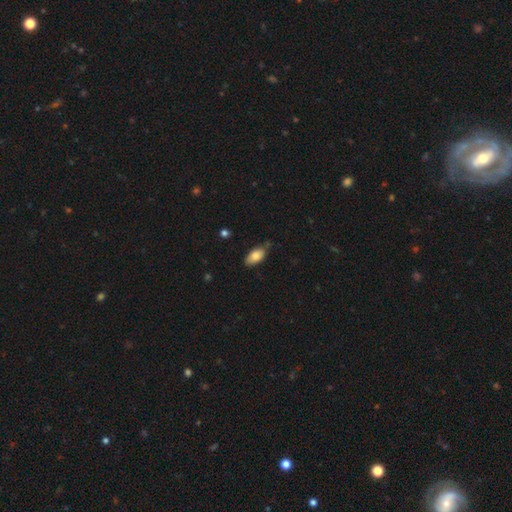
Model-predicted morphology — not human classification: A smooth galaxy with no disk features (81%) that is in between round and cigar-shaped (92%).

Vote fractions:
- Smooth or featured? smooth: 81% / featured or disk: 12% / star or artifact: 7%
- How rounded? in between: 92% / cigar-shaped: 5% / round: 3%
- Merging? none: 72% / minor disturbance: 22% / major disturbance: 3% / merger: 3%